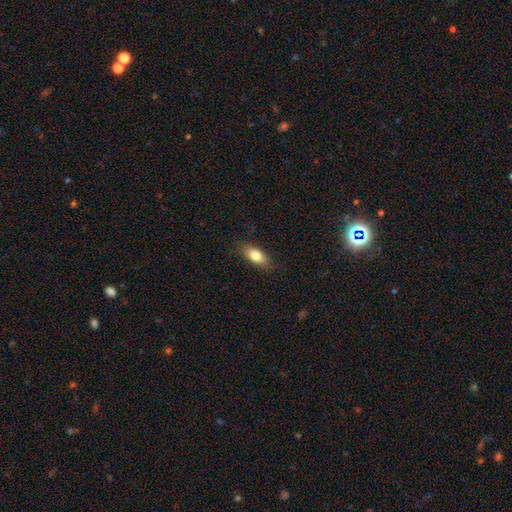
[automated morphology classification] Smooth or featured?
  - smooth: 80% *
  - featured or disk: 13%
  - star or artifact: 7%
How rounded?
  - in between: 79% *
  - cigar-shaped: 17%
  - round: 4%
Merging?
  - none: 84% *
  - minor disturbance: 12%
  - major disturbance: 3%
  - merger: 1%